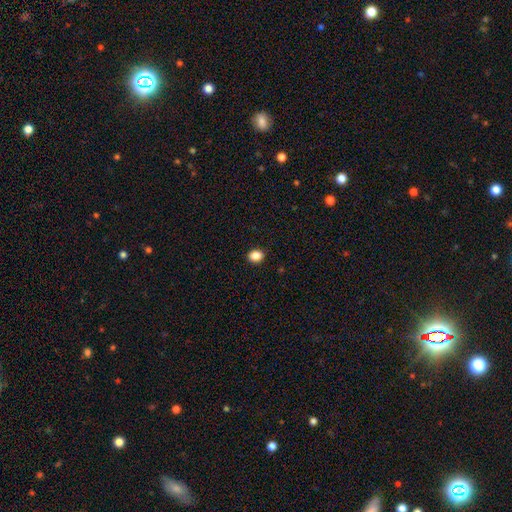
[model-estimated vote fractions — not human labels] A smooth galaxy with no disk features (87%) that is round (56%).

Vote fractions:
- Smooth or featured? smooth: 87% / star or artifact: 10% / featured or disk: 3%
- How rounded? round: 56% / in between: 43% / cigar-shaped: 1%
- Merging? none: 91% / minor disturbance: 6% / major disturbance: 2% / merger: 1%